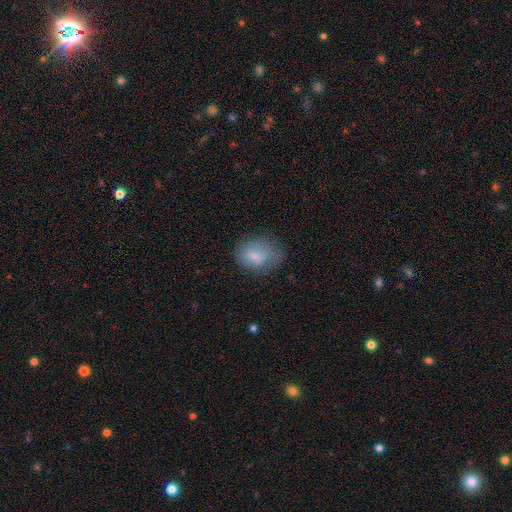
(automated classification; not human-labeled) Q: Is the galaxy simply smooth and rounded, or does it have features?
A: smooth — 73%.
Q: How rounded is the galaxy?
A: in between — 65%.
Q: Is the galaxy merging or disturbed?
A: none — 50%.